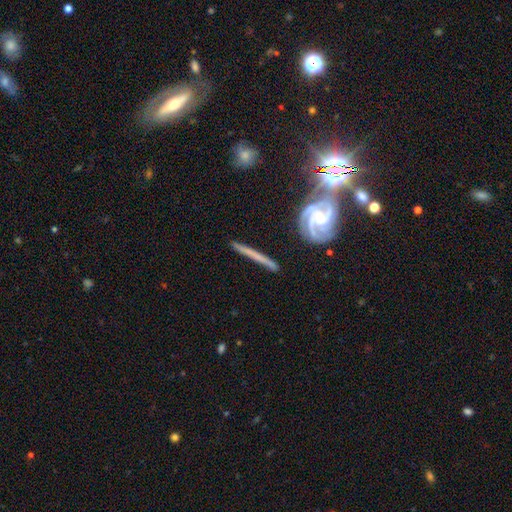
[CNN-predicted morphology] This is likely a featured or disk galaxy (67%). It is likely viewed edge-on (68%). Merging: clearly none (80%).